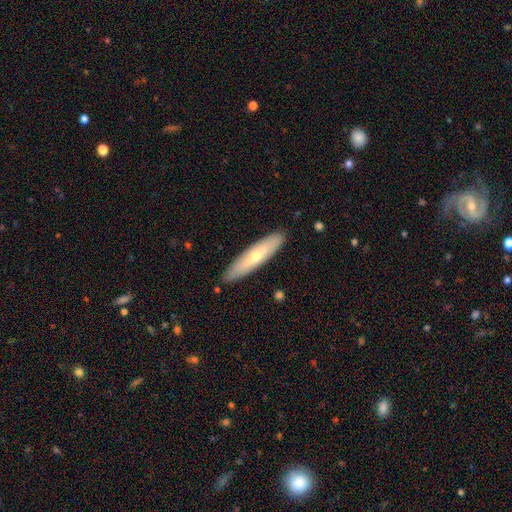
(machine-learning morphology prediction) Smooth or featured: smooth — 51% (featured or disk — 43%)
How rounded: cigar-shaped — 79% (in between — 20%)
Merging: none — 88% (minor disturbance — 9%)